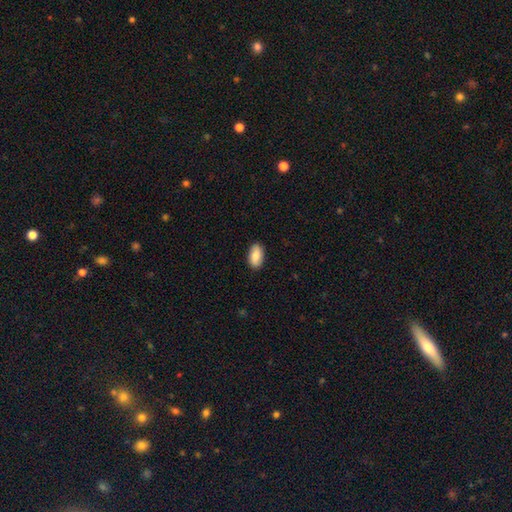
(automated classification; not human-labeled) smooth 78%, featured or disk 15%, star or artifact 6%. Down the decision tree: how rounded — in between (93%); merging — none (88%).